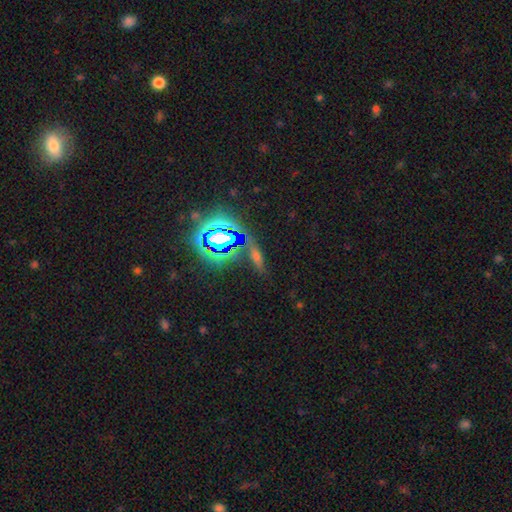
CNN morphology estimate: Overall: star or artifact (45%; smooth 36%).